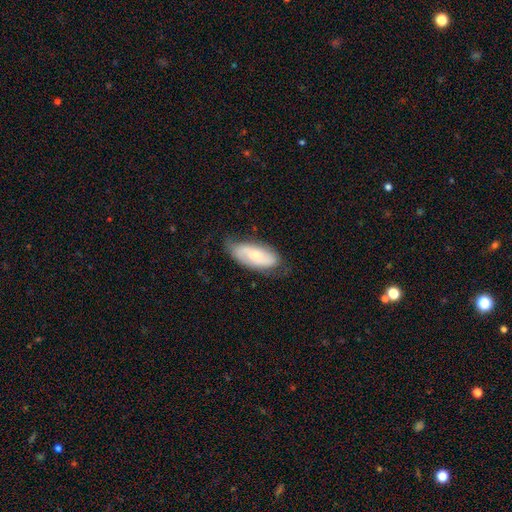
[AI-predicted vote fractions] Smooth or featured?
  - featured or disk: 49% *
  - smooth: 44%
  - star or artifact: 6%
Merging?
  - none: 68% *
  - minor disturbance: 25%
  - major disturbance: 6%
  - merger: 1%